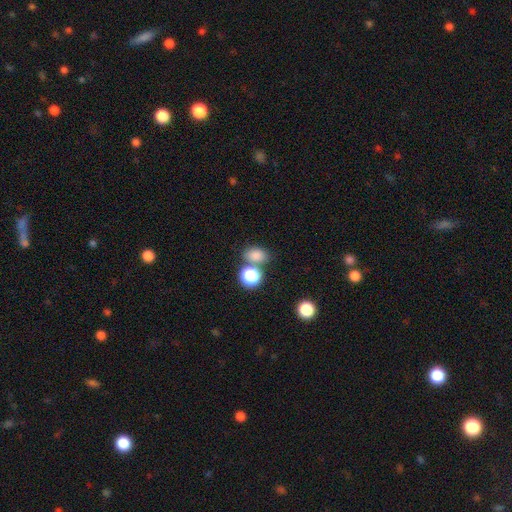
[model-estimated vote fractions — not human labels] This is clearly a smooth galaxy (80%). How rounded: likely in between (63%). Merging: likely none (62%).